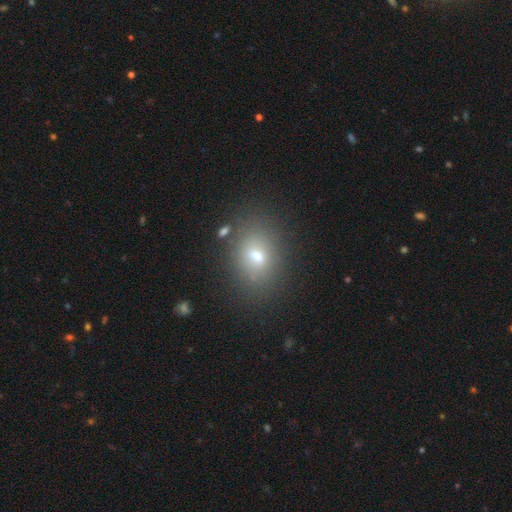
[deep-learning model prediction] smooth-or-featured: smooth: 68% | star or artifact: 17% | featured or disk: 16%
  how-rounded: in between: 66% | round: 33% | cigar-shaped: 2%
  merging: none: 81% | minor disturbance: 11% | major disturbance: 4% | merger: 3%